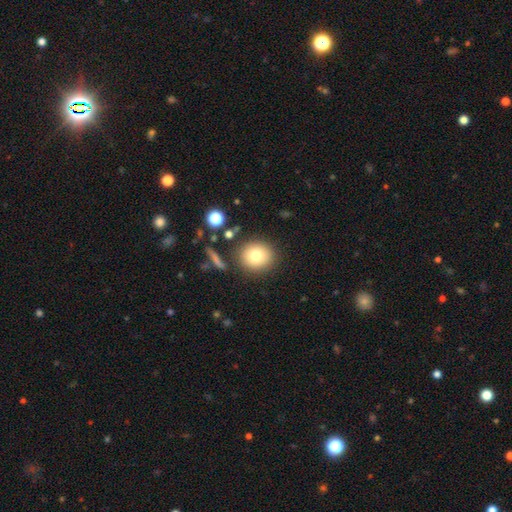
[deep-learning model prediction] Overall: smooth (77%). How rounded: round (84%). Merging: none (83%).